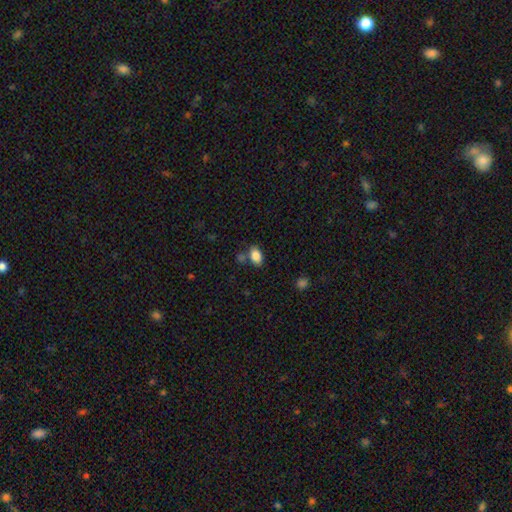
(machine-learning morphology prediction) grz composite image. It shows a smooth galaxy with no disk features (86%) that is in between round and cigar-shaped (87%). Merging: none (68%).